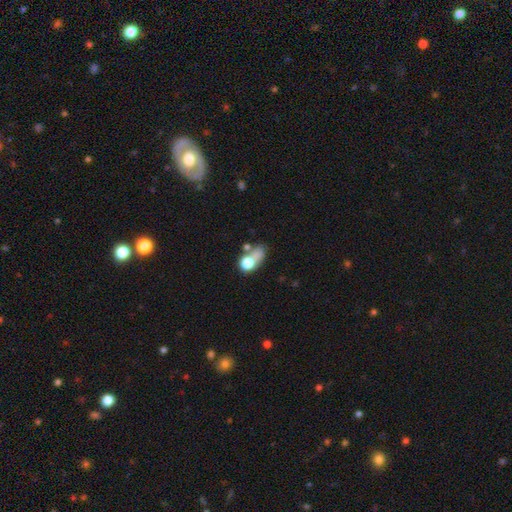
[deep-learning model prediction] Smooth or featured? smooth (67%)
How rounded? in between (54%)
Merging? merger (33%)